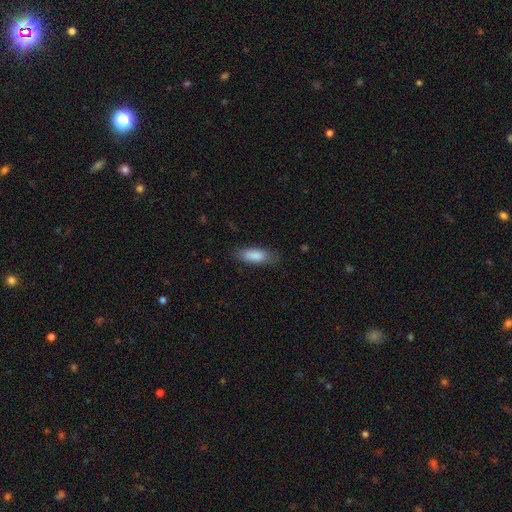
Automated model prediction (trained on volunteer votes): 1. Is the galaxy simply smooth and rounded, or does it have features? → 87% smooth, 7% featured or disk, 6% star or artifact.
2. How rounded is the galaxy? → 70% in between, 29% cigar-shaped, 2% round.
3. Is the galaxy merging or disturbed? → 78% none, 17% minor disturbance, 4% major disturbance, 1% merger.